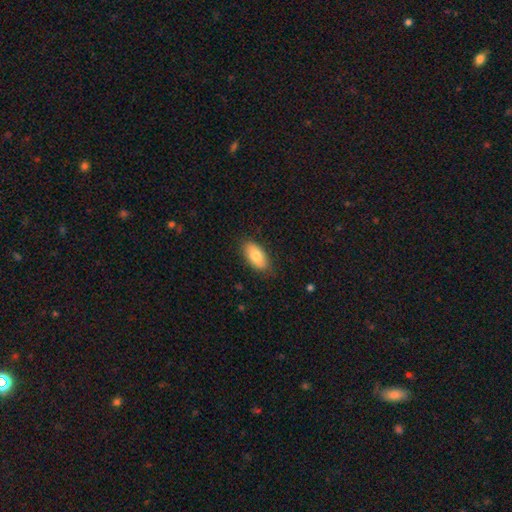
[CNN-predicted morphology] A smooth galaxy with no disk features (79%) that is in between round and cigar-shaped (92%). Merging: none (82%).